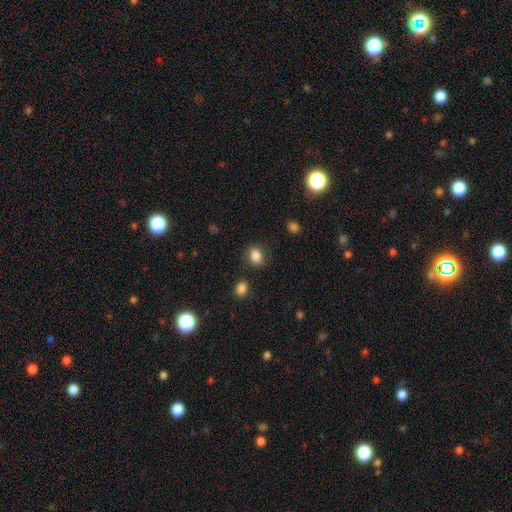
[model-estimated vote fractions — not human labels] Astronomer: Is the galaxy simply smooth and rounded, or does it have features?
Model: smooth — 84%.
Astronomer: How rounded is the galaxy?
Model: in between — 66%.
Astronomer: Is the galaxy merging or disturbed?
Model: none — 77%.